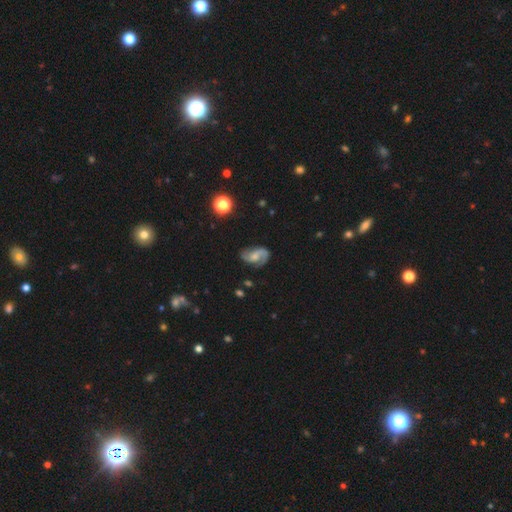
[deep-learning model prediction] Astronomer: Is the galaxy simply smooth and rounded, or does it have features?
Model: featured or disk — 80%.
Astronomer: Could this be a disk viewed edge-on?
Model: no — 98%.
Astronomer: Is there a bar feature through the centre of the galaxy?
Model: no — 49% (runner-up: weak, 43%).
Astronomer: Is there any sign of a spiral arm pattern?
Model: yes — 95%.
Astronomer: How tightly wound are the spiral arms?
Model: medium — 47% (runner-up: loose, 37%).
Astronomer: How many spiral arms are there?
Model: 2 — 87%.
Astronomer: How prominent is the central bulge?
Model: moderate — 37% (runner-up: small, 32%).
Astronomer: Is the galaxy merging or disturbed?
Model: none — 69%.